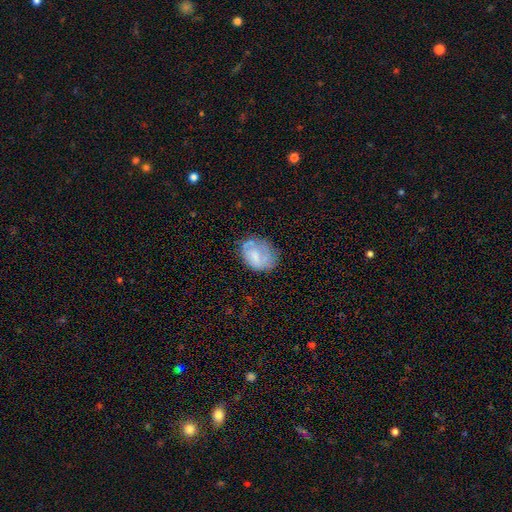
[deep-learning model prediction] Smooth or featured? smooth (55%)
How rounded? in between (67%)
Merging? none (55%)